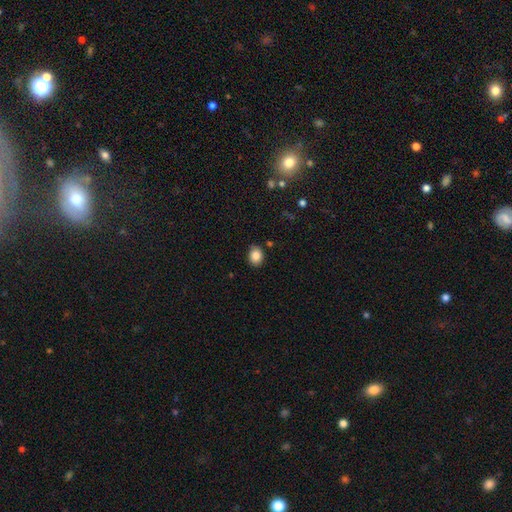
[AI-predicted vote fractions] smooth 85%, star or artifact 9%, featured or disk 6%. Down the decision tree: how rounded — in between (51%); merging — none (85%).